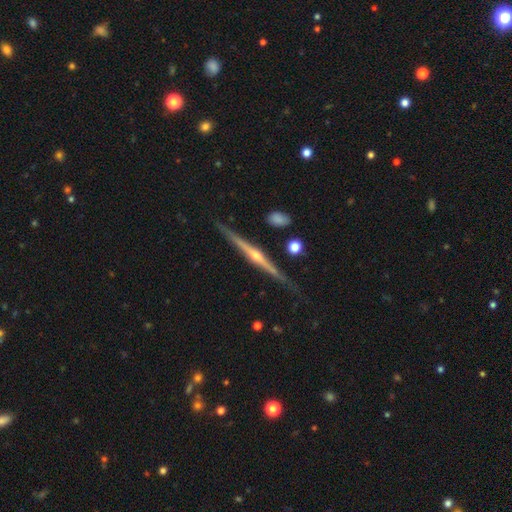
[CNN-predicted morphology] This is clearly a featured or disk galaxy (86%). It is clearly viewed edge-on (98%). Edge-on bulge: clearly rounded (88%). Merging: clearly none (86%).